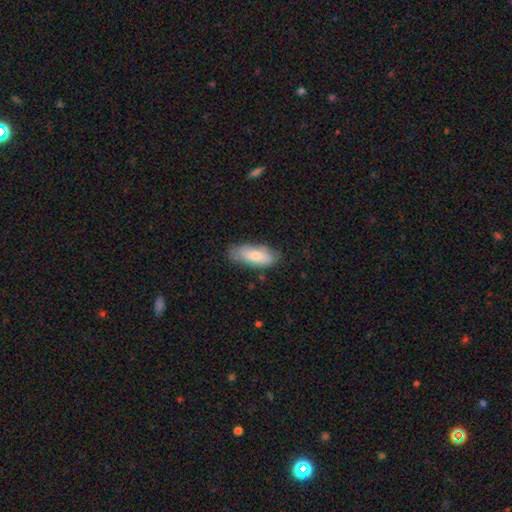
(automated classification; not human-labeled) smooth 75%, featured or disk 19%, star or artifact 6%. Down the decision tree: how rounded — in between (81%); merging — none (69%).